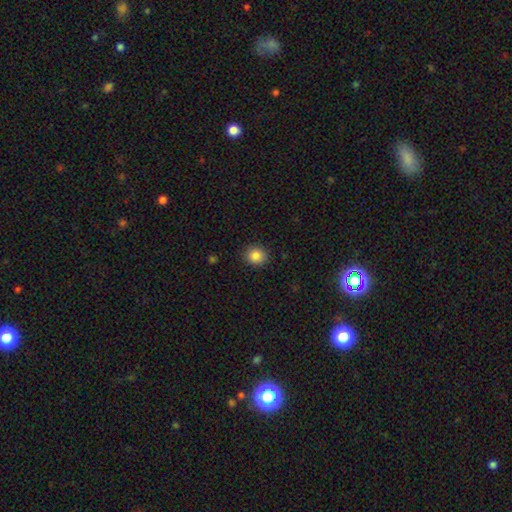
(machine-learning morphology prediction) A smooth galaxy with no disk features (85%) that is round (82%). Merging: none (90%).